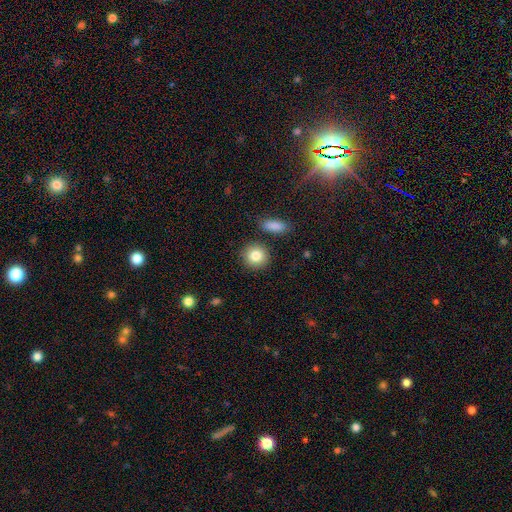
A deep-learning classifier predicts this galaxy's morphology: This is clearly a smooth galaxy (83%). How rounded: clearly round (88%). Merging: clearly none (86%).